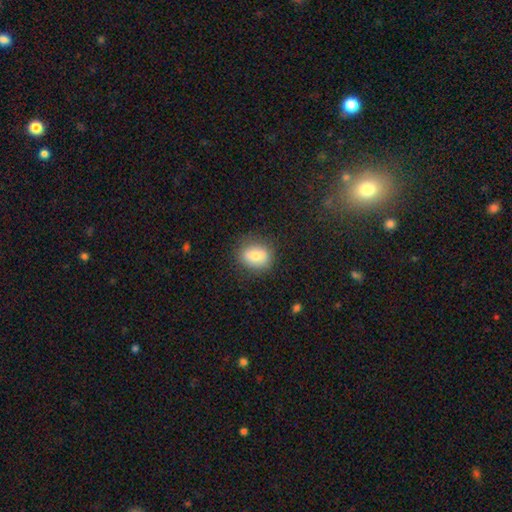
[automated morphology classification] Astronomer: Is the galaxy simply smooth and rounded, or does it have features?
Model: smooth — 74%.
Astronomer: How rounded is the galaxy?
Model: round — 59% (runner-up: in between, 40%).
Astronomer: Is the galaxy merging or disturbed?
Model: none — 82%.